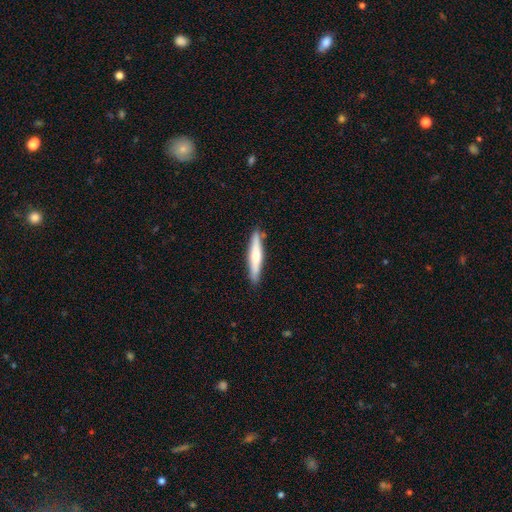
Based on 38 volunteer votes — Smooth or featured? smooth (66%)
How rounded? cigar-shaped (100%)
Merging? none (89%)